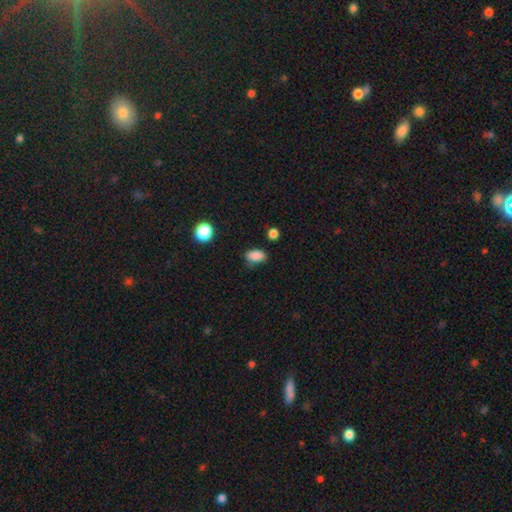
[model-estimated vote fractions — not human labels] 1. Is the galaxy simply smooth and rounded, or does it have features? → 86% smooth, 10% star or artifact, 4% featured or disk.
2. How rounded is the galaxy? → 87% in between, 11% round, 3% cigar-shaped.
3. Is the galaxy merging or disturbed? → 72% none, 21% minor disturbance, 4% major disturbance, 3% merger.